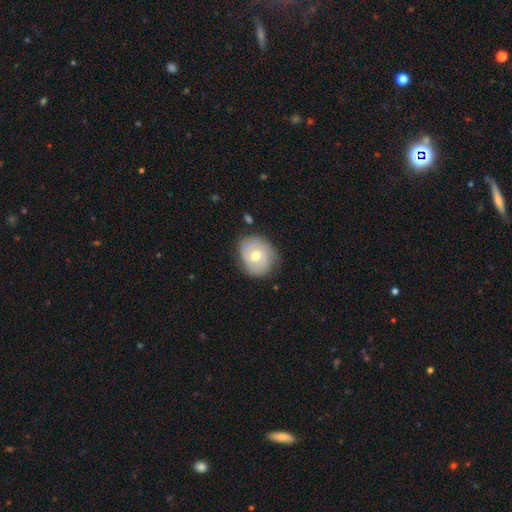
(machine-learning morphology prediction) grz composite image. It shows a smooth galaxy with no disk features (48%). Merging: none (72%).